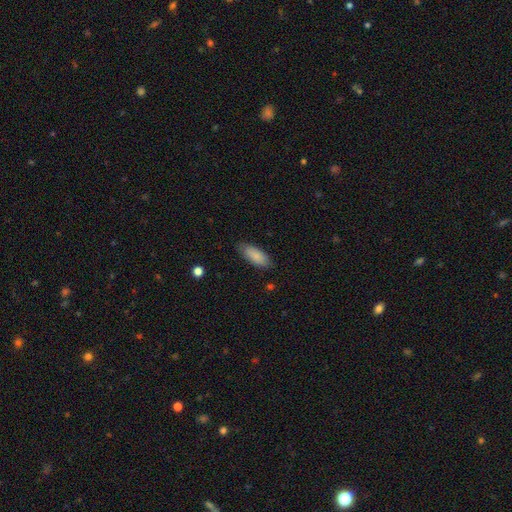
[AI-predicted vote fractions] smooth_or_featured: smooth (p=0.86) [alt: featured or disk p=0.08]
how_rounded: in between (p=0.81) [alt: cigar-shaped p=0.17]
merging: none (p=0.80) [alt: minor disturbance p=0.16]